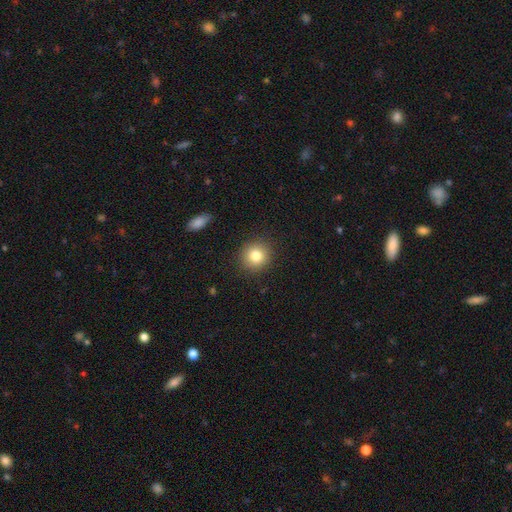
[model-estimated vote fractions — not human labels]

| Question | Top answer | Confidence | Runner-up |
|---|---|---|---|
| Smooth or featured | smooth | 81% | star or artifact (11%) |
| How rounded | round | 90% | in between (9%) |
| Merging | none | 90% | minor disturbance (7%) |